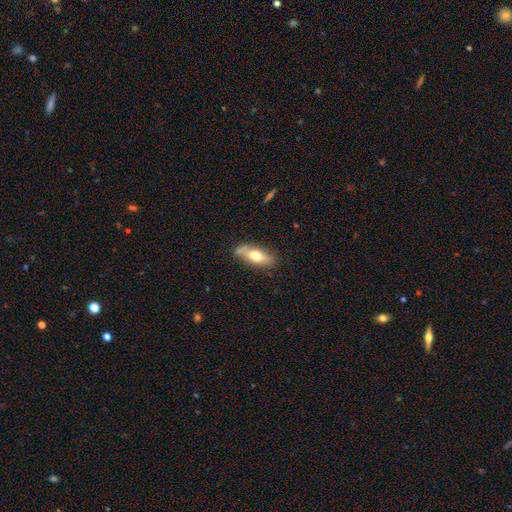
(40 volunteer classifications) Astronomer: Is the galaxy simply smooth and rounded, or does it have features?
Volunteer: smooth — 72%.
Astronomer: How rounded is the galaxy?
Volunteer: in between — 72%.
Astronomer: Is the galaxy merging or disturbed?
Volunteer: none — 62%.